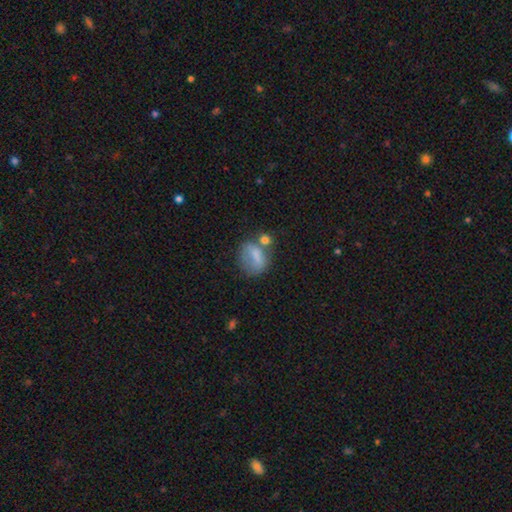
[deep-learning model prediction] This is likely a smooth galaxy (68%). How rounded: possibly in between (53%). Merging: marginally none (37%).